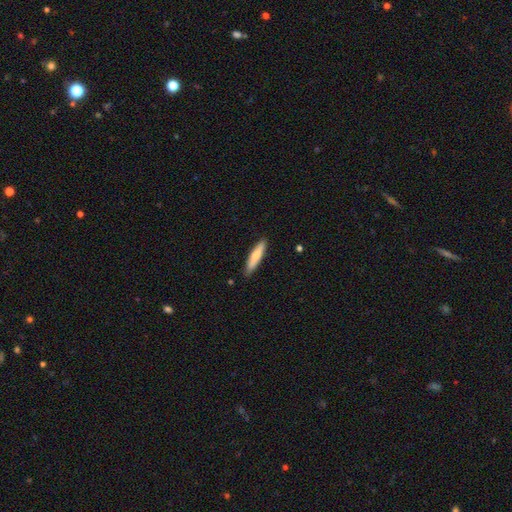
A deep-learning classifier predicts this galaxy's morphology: This appears to be a smooth galaxy with no disk features (71%) that is cigar-shaped (86%). Merging: none (88%).